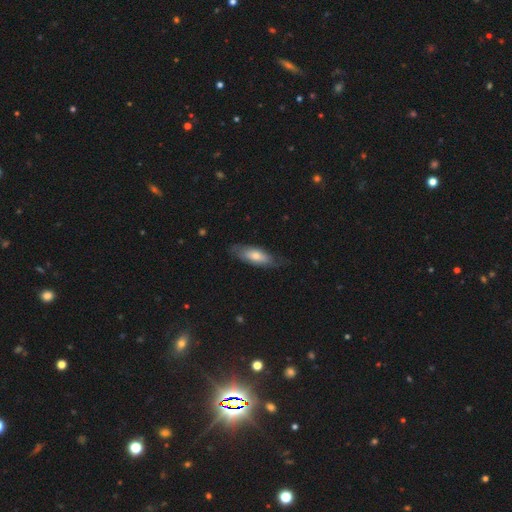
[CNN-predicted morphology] Smooth or featured: smooth — 61% (featured or disk — 33%)
How rounded: in between — 62% (cigar-shaped — 36%)
Merging: none — 72% (minor disturbance — 22%)